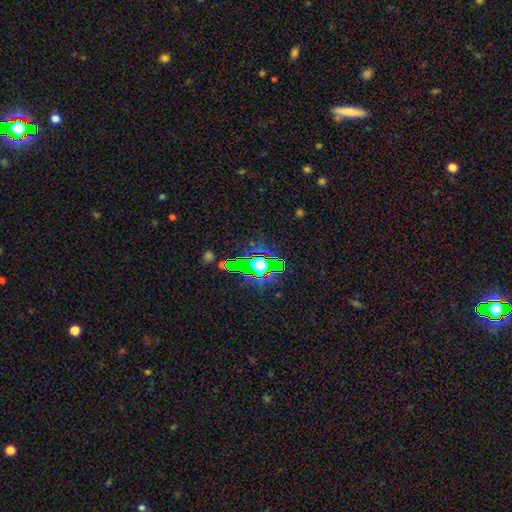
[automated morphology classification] star or artifact 78%, smooth 12%, featured or disk 10%.